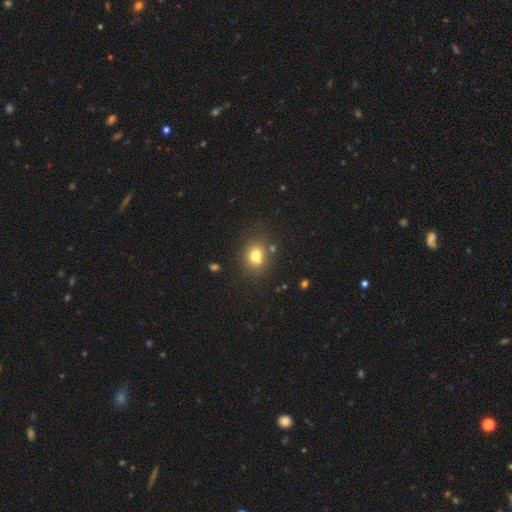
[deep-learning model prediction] This appears to be a smooth galaxy with no disk features (74%) that is round (58%). Merging: none (64%).